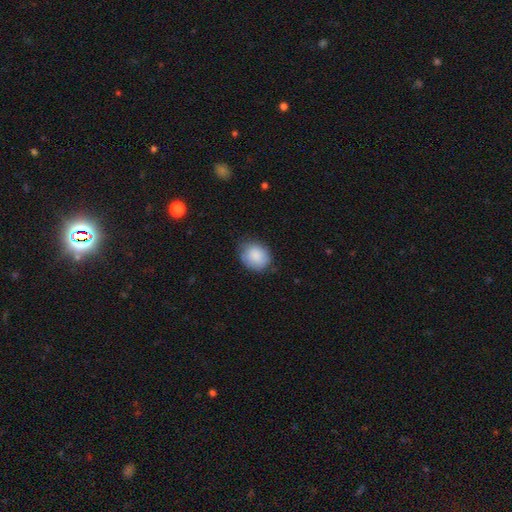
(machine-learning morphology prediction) A smooth galaxy with no disk features (86%) that is round (57%). Merging: none (72%).